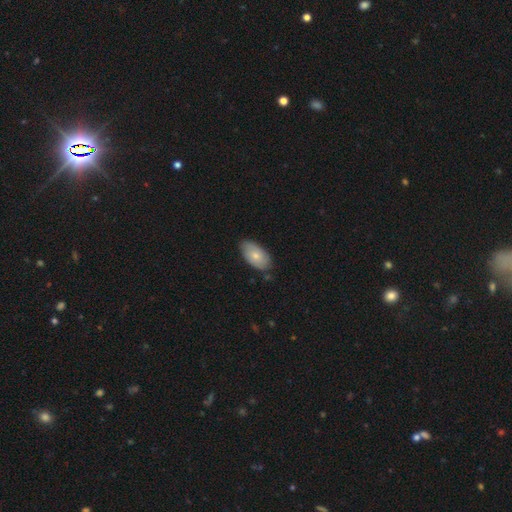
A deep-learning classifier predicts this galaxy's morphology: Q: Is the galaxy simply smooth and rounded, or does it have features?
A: smooth — 69%.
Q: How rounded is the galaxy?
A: in between — 94%.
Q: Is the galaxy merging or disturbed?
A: none — 77%.